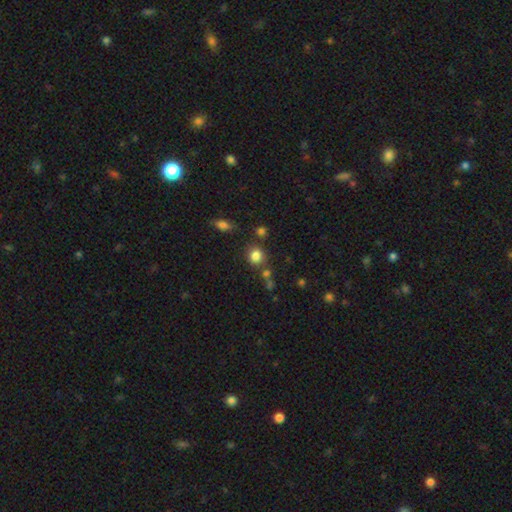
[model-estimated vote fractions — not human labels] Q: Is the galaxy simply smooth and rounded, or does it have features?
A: smooth — 82%.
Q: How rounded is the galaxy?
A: round — 82%.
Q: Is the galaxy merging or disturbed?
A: none — 76%.